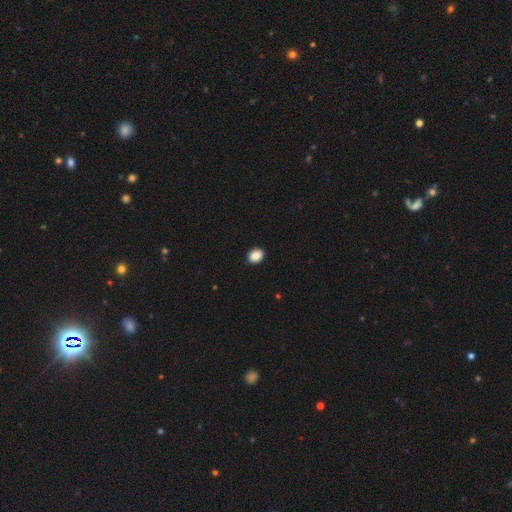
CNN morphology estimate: Smooth or featured? smooth (89%)
How rounded? in between (54%)
Merging? none (92%)